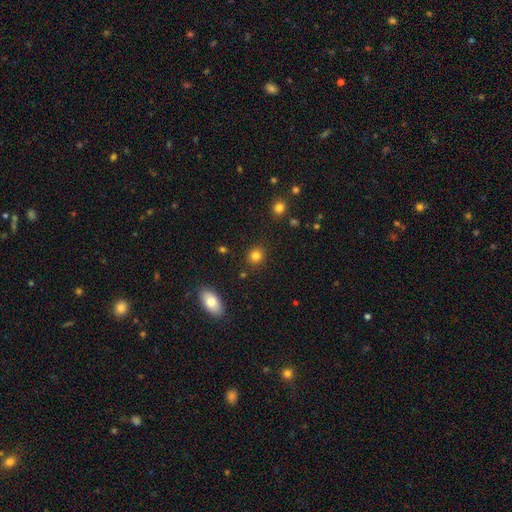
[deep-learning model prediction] The model was most divided on "how rounded": round: 83%, in between: 16%, cigar-shaped: 1%. More confident: merging — none (88%); smooth or featured — smooth (83%).